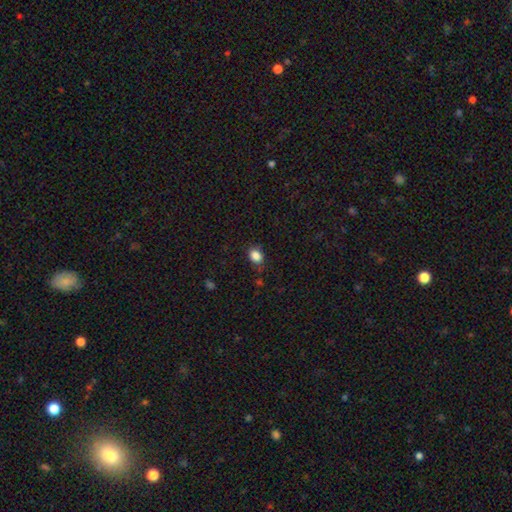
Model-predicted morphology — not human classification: Smooth or featured? smooth (86%)
How rounded? in between (56%)
Merging? none (79%)